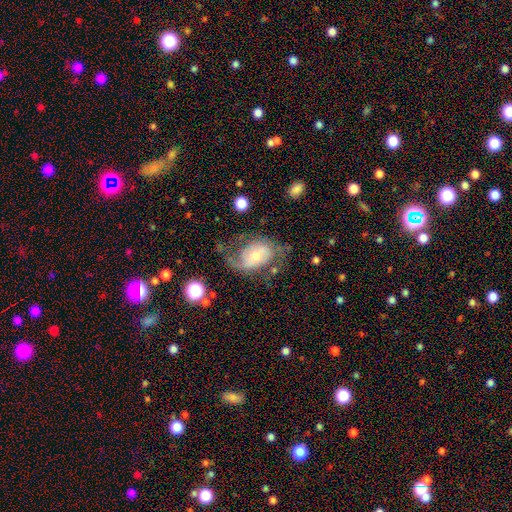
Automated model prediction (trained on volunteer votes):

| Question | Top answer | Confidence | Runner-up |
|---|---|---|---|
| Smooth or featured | featured or disk | 70% | smooth (22%) |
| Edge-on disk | no | 96% | yes (4%) |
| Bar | no | 56% | weak (34%) |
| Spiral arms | yes | 86% | no (14%) |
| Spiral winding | medium | 42% | loose (41%) |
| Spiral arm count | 2 | 65% | 1 (18%) |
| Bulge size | moderate | 55% | small (33%) |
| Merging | none | 44% | major disturbance (29%) |